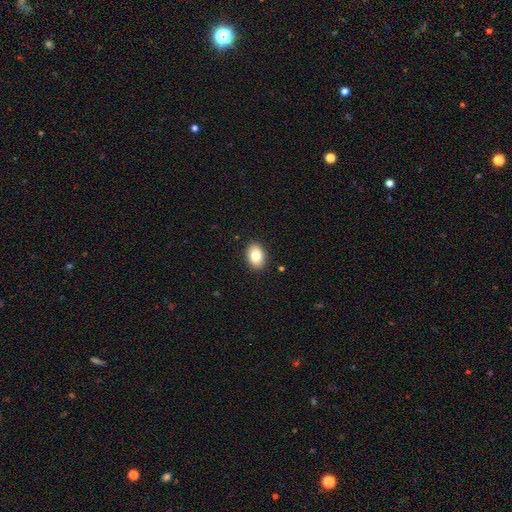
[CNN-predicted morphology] Smooth or featured?
  - smooth: 82% *
  - featured or disk: 10%
  - star or artifact: 8%
How rounded?
  - in between: 77% *
  - round: 22%
  - cigar-shaped: 1%
Merging?
  - none: 90% *
  - minor disturbance: 7%
  - major disturbance: 2%
  - merger: 1%